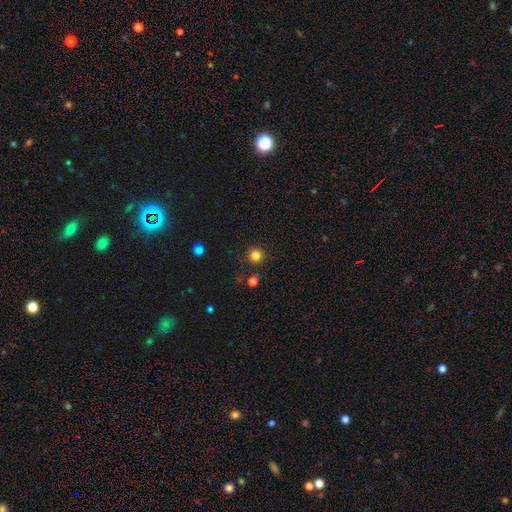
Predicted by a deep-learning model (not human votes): A smooth galaxy with no disk features (81%) that is round (95%). Merging: none (89%).